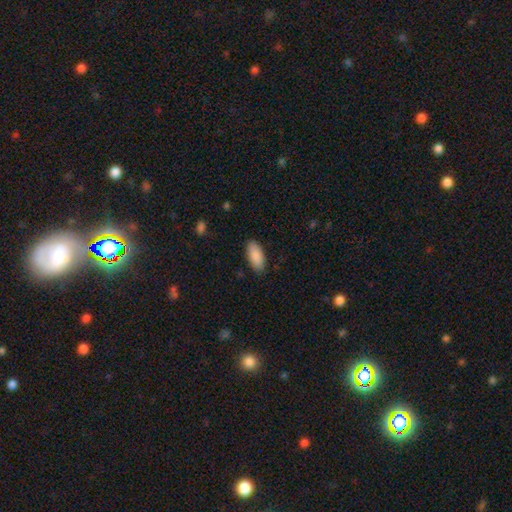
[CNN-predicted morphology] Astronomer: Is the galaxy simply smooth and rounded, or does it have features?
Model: smooth — 90%.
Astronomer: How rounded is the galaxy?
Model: in between — 89%.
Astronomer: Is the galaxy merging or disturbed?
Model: none — 88%.